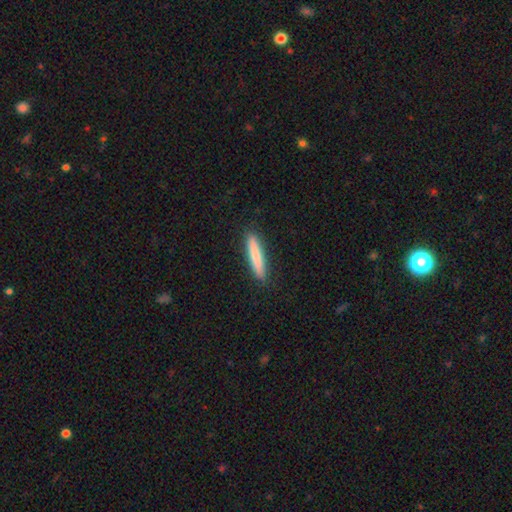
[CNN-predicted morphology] smooth_or_featured: smooth (p=0.76) [alt: featured or disk p=0.19]
how_rounded: cigar-shaped (p=0.91) [alt: in between p=0.07]
merging: none (p=0.91) [alt: minor disturbance p=0.07]